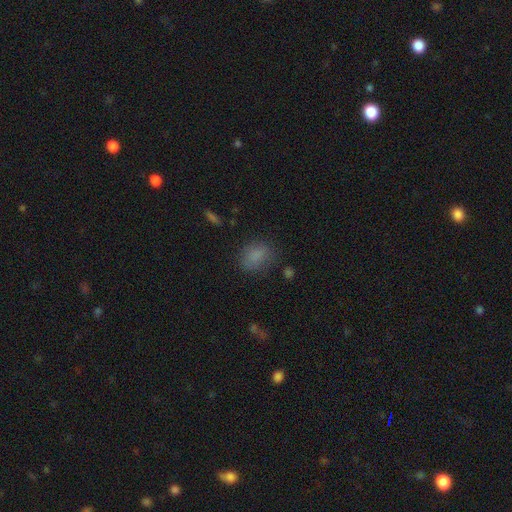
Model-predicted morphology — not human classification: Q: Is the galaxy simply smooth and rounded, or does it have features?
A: smooth — 80%.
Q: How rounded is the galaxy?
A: in between — 72%.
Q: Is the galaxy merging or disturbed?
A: none — 73%.